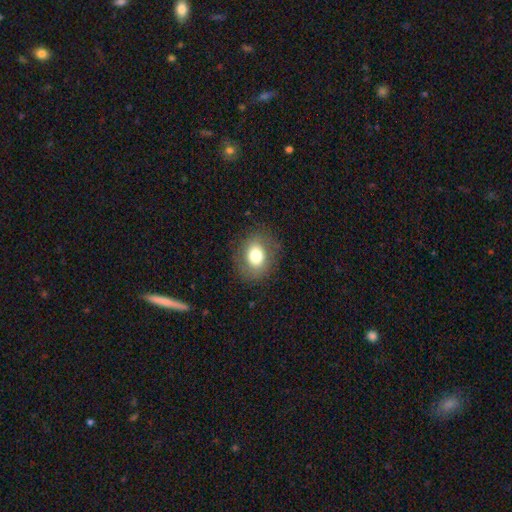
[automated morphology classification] Smooth or featured?
  - smooth: 72% *
  - featured or disk: 18%
  - star or artifact: 10%
How rounded?
  - round: 52% *
  - in between: 47%
  - cigar-shaped: 1%
Merging?
  - none: 82% *
  - minor disturbance: 12%
  - major disturbance: 6%
  - merger: 1%